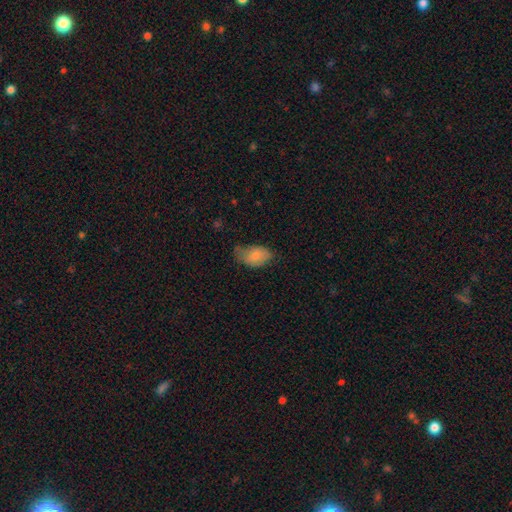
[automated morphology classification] Overall: smooth (79%). How rounded: in between (91%). Merging: none (44%; minor disturbance 41%).